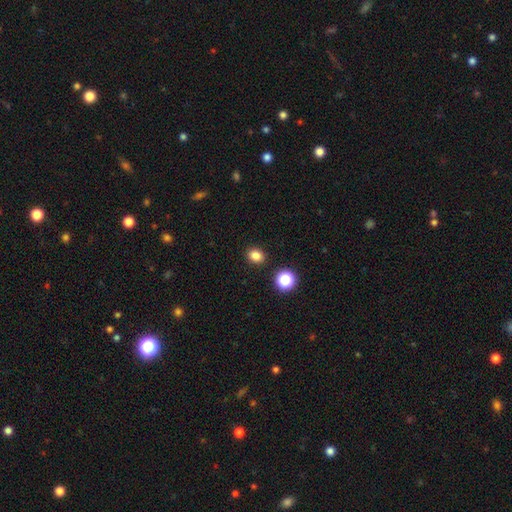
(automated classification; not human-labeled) Smooth or featured: smooth — 82% (star or artifact — 14%)
How rounded: round — 56% (in between — 43%)
Merging: none — 89% (minor disturbance — 7%)